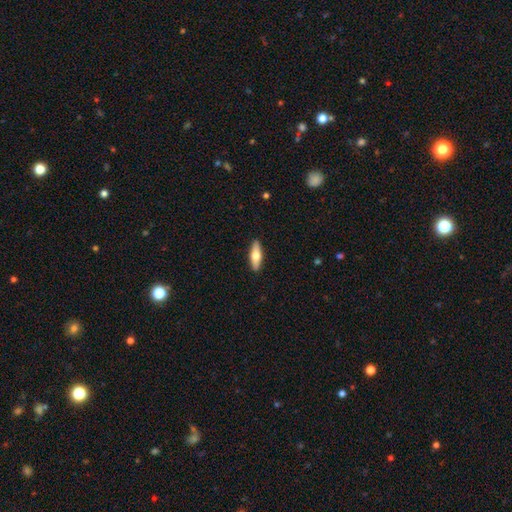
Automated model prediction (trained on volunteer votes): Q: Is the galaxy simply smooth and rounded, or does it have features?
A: smooth — 56%.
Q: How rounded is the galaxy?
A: in between — 49%, tied with cigar-shaped.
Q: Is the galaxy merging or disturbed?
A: none — 91%.